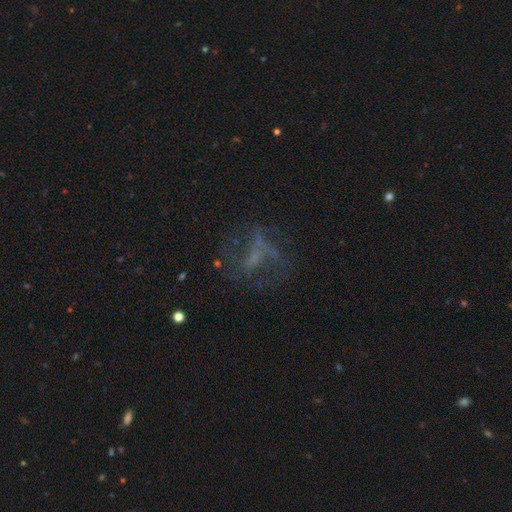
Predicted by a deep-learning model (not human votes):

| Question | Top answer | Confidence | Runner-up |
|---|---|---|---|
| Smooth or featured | featured or disk | 48% | star or artifact (27%) |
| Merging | none | 49% | major disturbance (31%) |